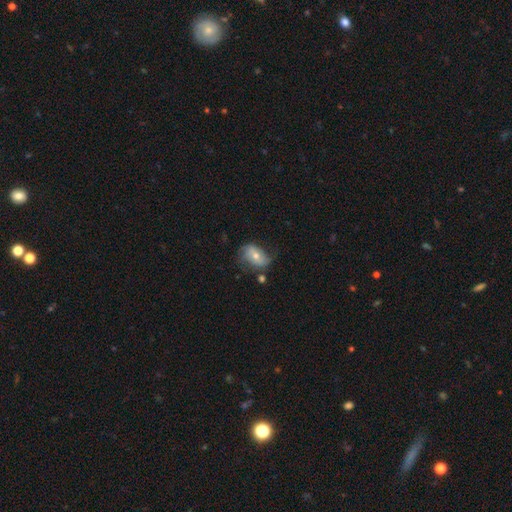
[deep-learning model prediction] Smooth or featured: featured or disk — 47% (smooth — 45%)
Merging: none — 48% (minor disturbance — 31%)